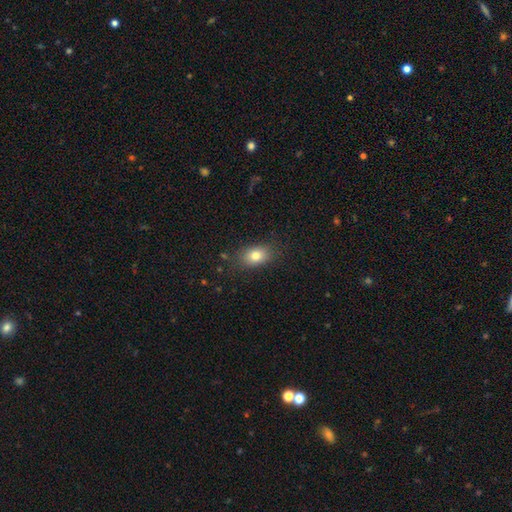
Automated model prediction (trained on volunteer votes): Q: Smooth or featured?
A: smooth (79%); runner-up: featured or disk (11%)
Q: How rounded?
A: in between (78%); runner-up: round (21%)
Q: Merging?
A: none (82%); runner-up: minor disturbance (13%)